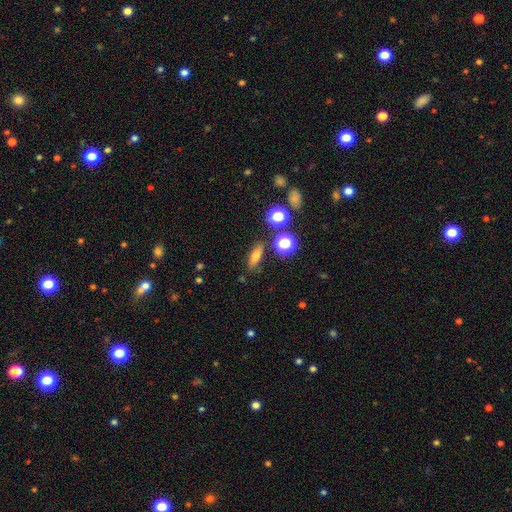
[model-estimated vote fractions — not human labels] The model was most divided on "how rounded": in between: 53%, cigar-shaped: 35%, round: 13%. More confident: merging — none (82%); smooth or featured — smooth (66%).